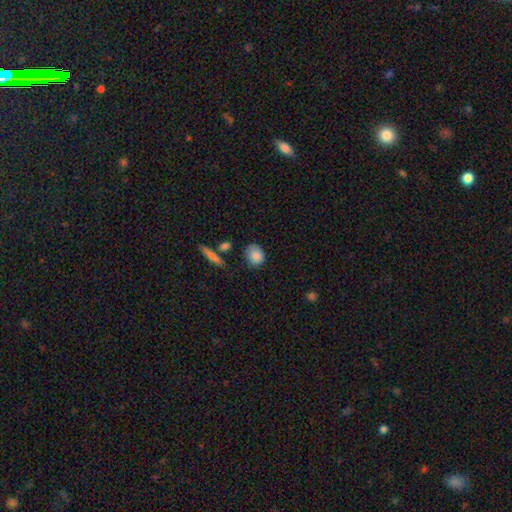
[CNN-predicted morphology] Overall: smooth (85%). How rounded: in between (49%; round 48%). Merging: none (71%).